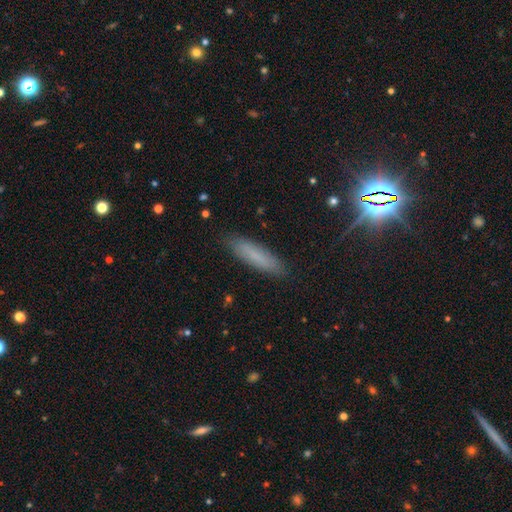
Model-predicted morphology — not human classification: Smooth or featured? Predicted: smooth (p=0.71). How rounded? Predicted: cigar-shaped (p=0.74). Merging? Predicted: none (p=0.86).